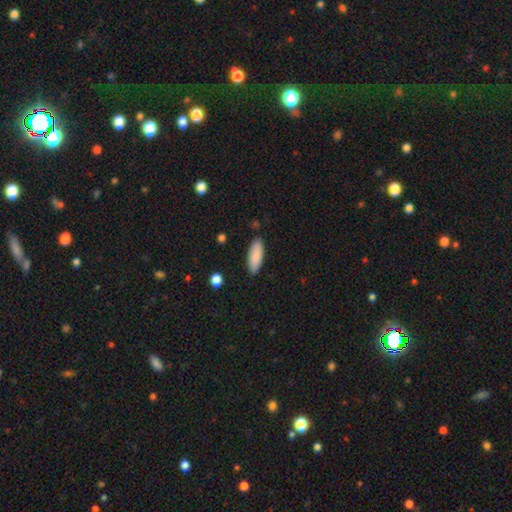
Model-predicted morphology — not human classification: Smooth or featured: smooth — 88% (featured or disk — 6%)
How rounded: in between — 70% (cigar-shaped — 29%)
Merging: none — 88% (minor disturbance — 9%)